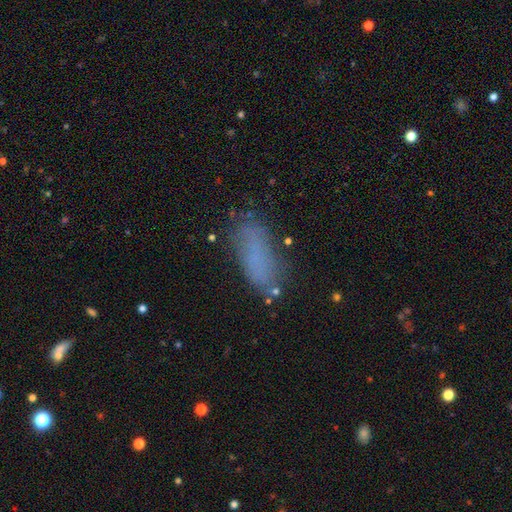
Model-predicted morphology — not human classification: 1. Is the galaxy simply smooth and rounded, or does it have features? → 72% smooth, 14% star or artifact, 14% featured or disk.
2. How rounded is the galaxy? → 75% in between, 22% cigar-shaped, 3% round.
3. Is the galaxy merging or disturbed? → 72% none, 17% minor disturbance, 8% major disturbance, 3% merger.